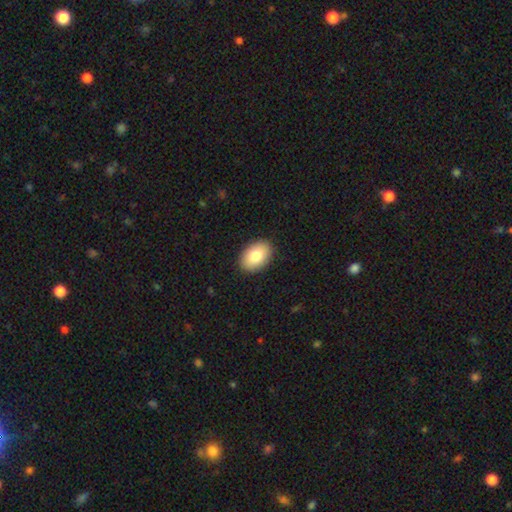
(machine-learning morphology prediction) Smooth or featured? Predicted: smooth (p=0.81). How rounded? Predicted: in between (p=0.88). Merging? Predicted: none (p=0.90).